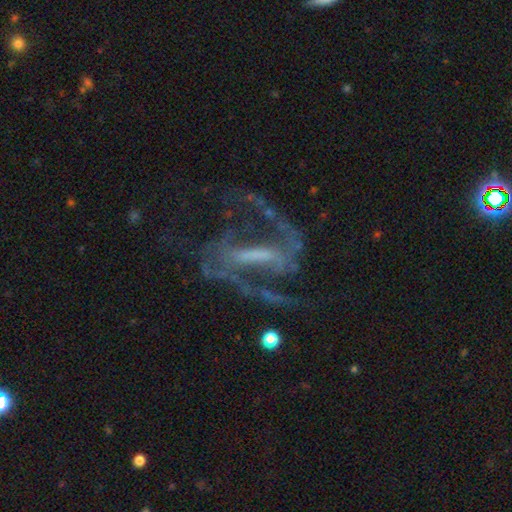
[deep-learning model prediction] smooth-or-featured: featured or disk: 88% | star or artifact: 8% | smooth: 4%
  disk-edge-on: no: 95% | yes: 5%
    bar: strong: 65% | weak: 27% | no: 8%
    has-spiral-arms: yes: 94% | no: 6%
      spiral-winding: medium: 53% | loose: 32% | tight: 15%
      spiral-arm-count: 2: 88% | can't tell: 5% | 3: 2% | 1: 2% | 4: 1% | more than 4: 1%
    bulge-size: none: 41% | small: 33% | moderate: 20% | large: 4% | dominant: 1%
  merging: none: 58% | major disturbance: 24% | minor disturbance: 15% | merger: 3%